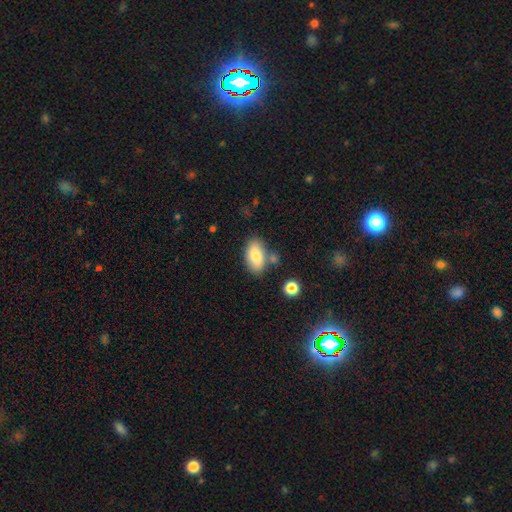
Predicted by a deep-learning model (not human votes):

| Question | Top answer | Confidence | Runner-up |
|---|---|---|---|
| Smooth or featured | smooth | 81% | featured or disk (12%) |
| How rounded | in between | 92% | round (4%) |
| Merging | none | 71% | minor disturbance (15%) |